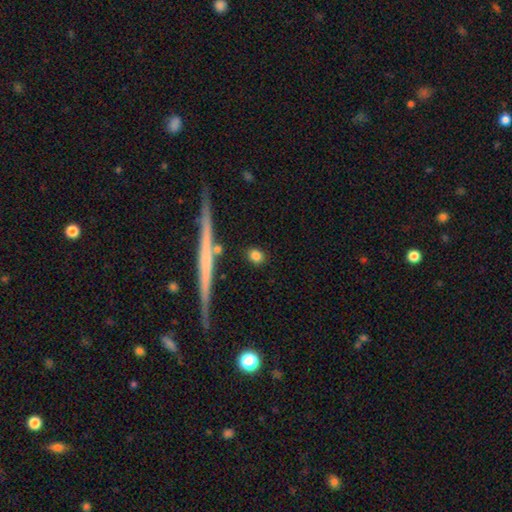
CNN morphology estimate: Q: Smooth or featured?
A: smooth (81%); runner-up: featured or disk (10%)
Q: How rounded?
A: round (53%); runner-up: in between (38%)
Q: Merging?
A: none (85%); runner-up: minor disturbance (8%)